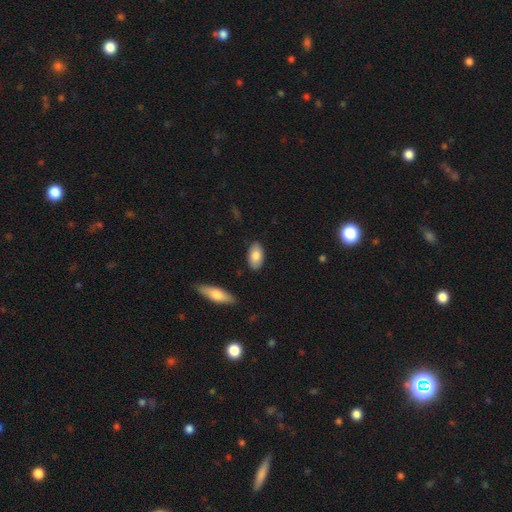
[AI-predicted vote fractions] smooth_or_featured: smooth (p=0.82) [alt: featured or disk p=0.13]
how_rounded: in between (p=0.94) [alt: cigar-shaped p=0.03]
merging: none (p=0.87) [alt: minor disturbance p=0.10]